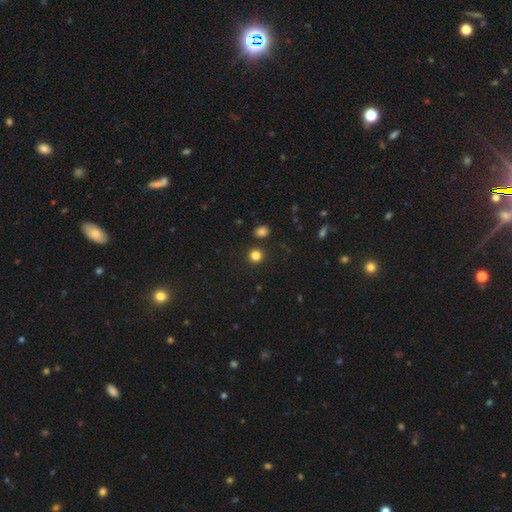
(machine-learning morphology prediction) Smooth or featured? Predicted: smooth (p=0.83). How rounded? Predicted: round (p=0.90). Merging? Predicted: none (p=0.88).